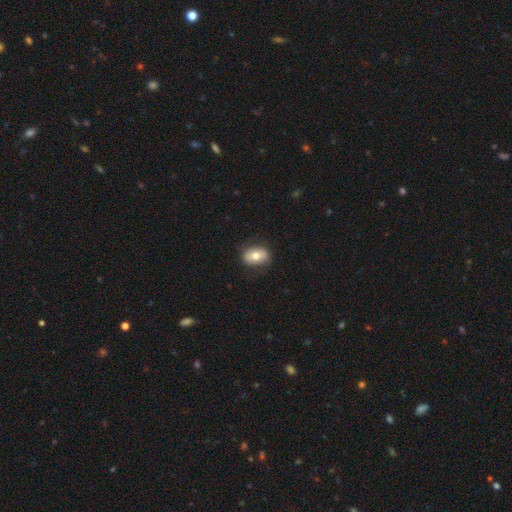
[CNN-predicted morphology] A smooth galaxy with no disk features (68%) that is in between round and cigar-shaped (79%).

Vote fractions:
- Smooth or featured? smooth: 68% / featured or disk: 25% / star or artifact: 7%
- How rounded? in between: 79% / round: 19% / cigar-shaped: 2%
- Merging? none: 80% / minor disturbance: 15% / major disturbance: 4% / merger: 1%